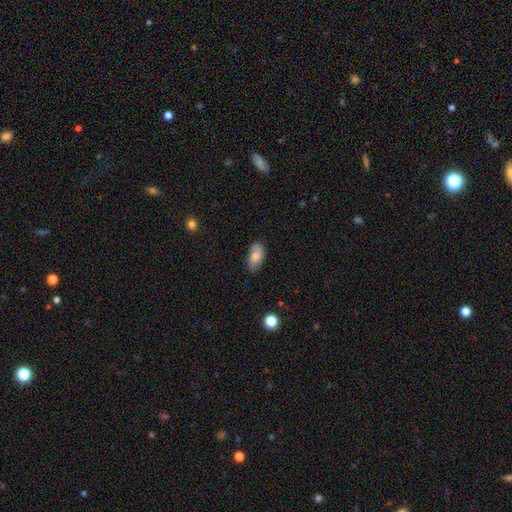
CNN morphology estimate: The model was most divided on "merging": none: 73%, minor disturbance: 22%, major disturbance: 4%, merger: 1%. More confident: how rounded — in between (93%); smooth or featured — smooth (77%).